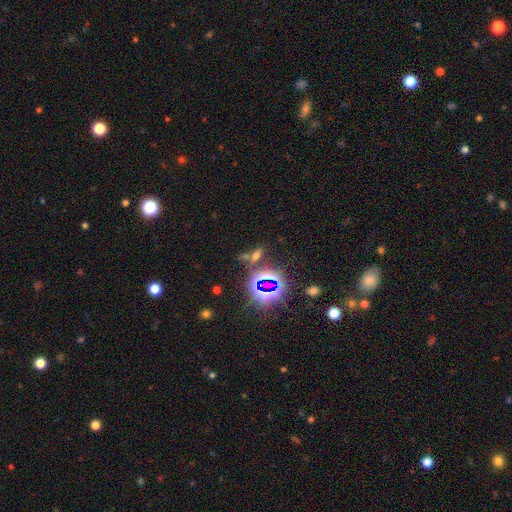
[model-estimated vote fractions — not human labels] Overall: star or artifact (52%; smooth 35%).